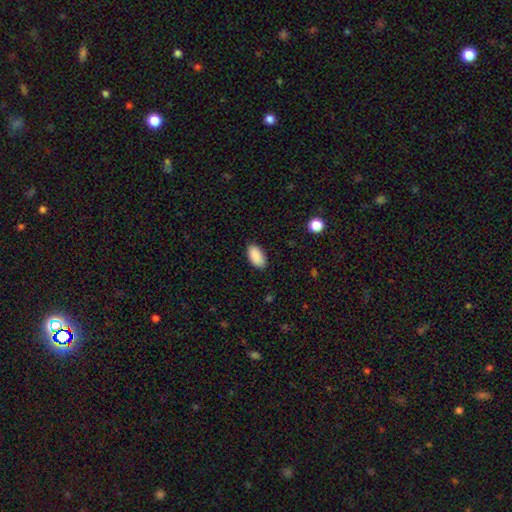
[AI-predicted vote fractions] The model was most divided on "merging": none: 87%, minor disturbance: 10%, major disturbance: 2%, merger: 1%. More confident: how rounded — in between (95%); smooth or featured — smooth (90%).